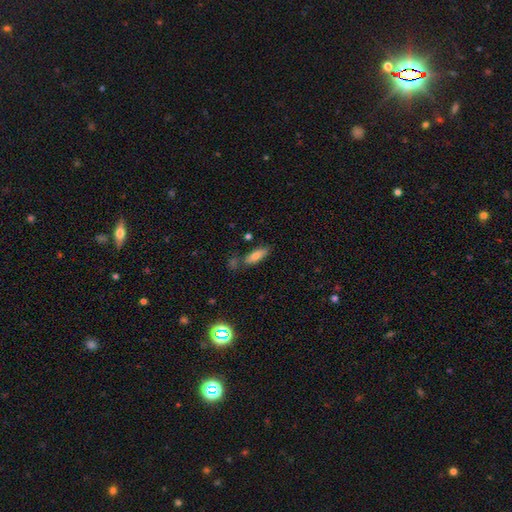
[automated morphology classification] Smooth or featured? smooth (73%)
How rounded? in between (58%)
Merging? none (69%)